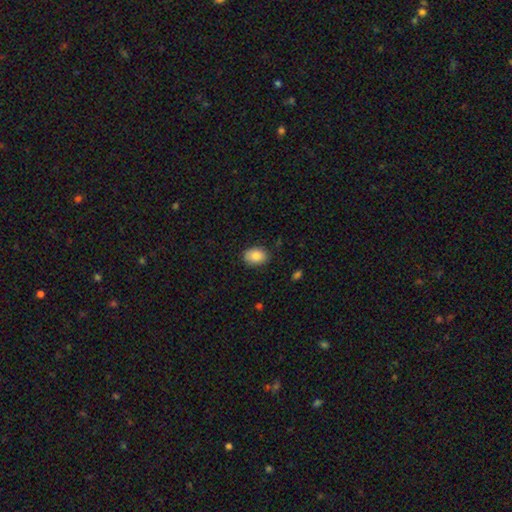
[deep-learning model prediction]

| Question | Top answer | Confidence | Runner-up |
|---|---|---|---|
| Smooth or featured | smooth | 87% | star or artifact (7%) |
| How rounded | in between | 79% | round (20%) |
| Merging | none | 84% | minor disturbance (12%) |